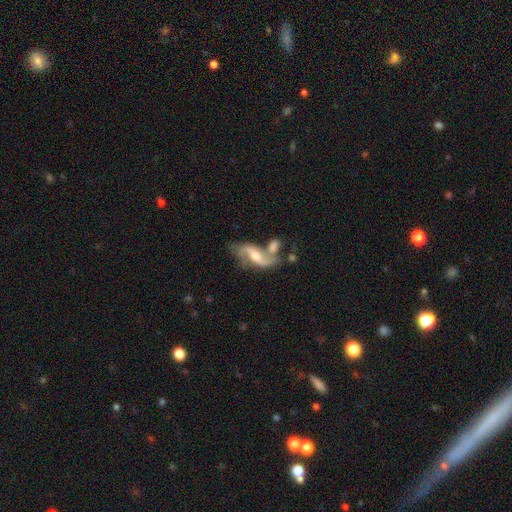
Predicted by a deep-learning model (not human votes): Smooth or featured? Predicted: featured or disk (p=0.81). Edge-on disk? Predicted: no (p=0.93). Bar? Predicted: weak (p=0.43). Spiral arms? Predicted: yes (p=0.92). Spiral winding? Predicted: loose (p=0.71). Spiral arm count? Predicted: 2 (p=0.89). Bulge size? Predicted: moderate (p=0.52). Merging? Predicted: none (p=0.38).